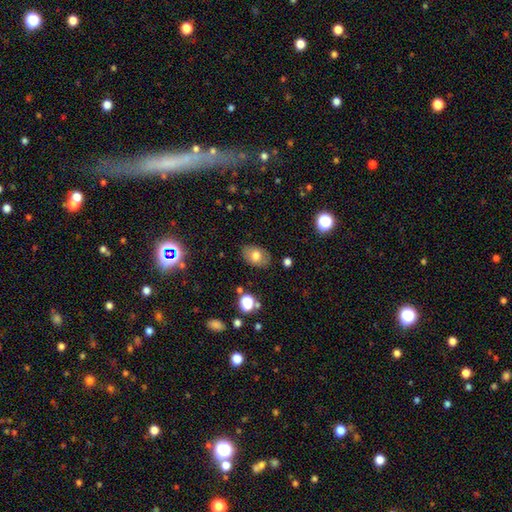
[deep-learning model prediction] This appears to be a smooth galaxy with no disk features (73%) that is in between round and cigar-shaped (83%). Merging: none (82%).